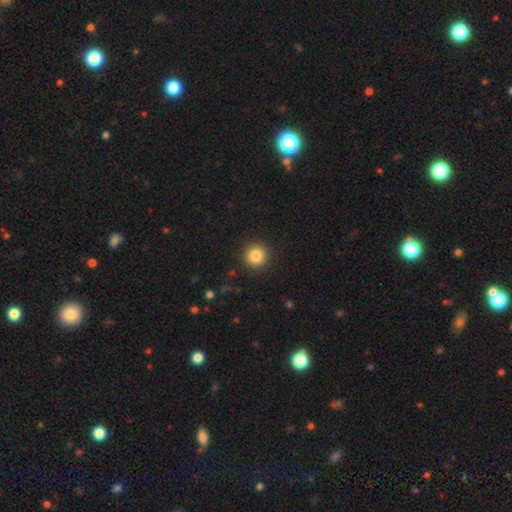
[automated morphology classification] Smooth or featured?
  - smooth: 84% *
  - star or artifact: 10%
  - featured or disk: 5%
How rounded?
  - round: 95% *
  - in between: 4%
  - cigar-shaped: 1%
Merging?
  - none: 91% *
  - minor disturbance: 5%
  - major disturbance: 2%
  - merger: 1%